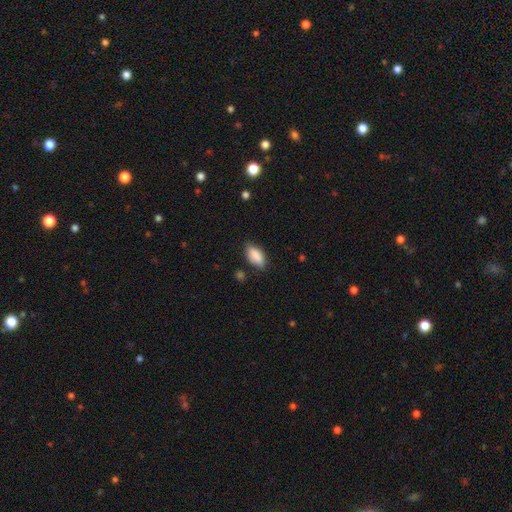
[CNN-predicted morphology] A smooth galaxy with no disk features (86%) that is in between round and cigar-shaped (89%). Merging: none (73%).